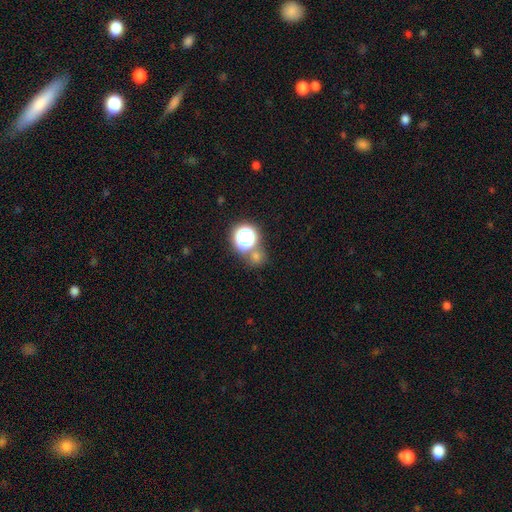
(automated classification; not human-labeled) Smooth or featured? star or artifact (46%, tied with smooth)